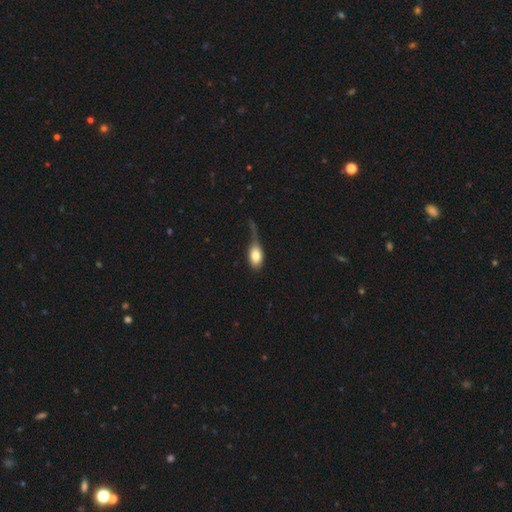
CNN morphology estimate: Smooth or featured? Predicted: smooth (p=0.78). How rounded? Predicted: in between (p=0.87). Merging? Predicted: major disturbance (p=0.35).